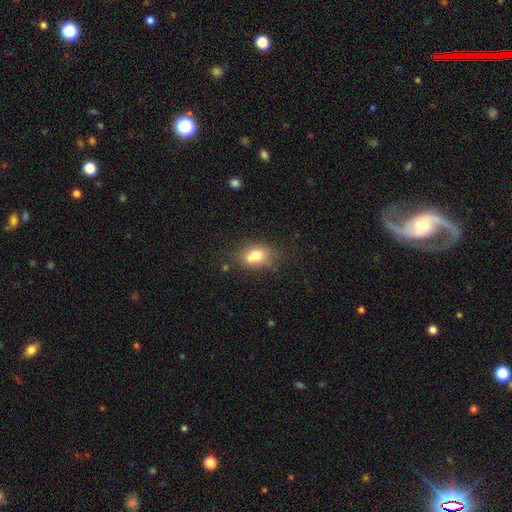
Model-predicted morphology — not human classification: This appears to be a smooth galaxy with no disk features (70%) that is in between round and cigar-shaped (59%). Merging: none (48%).